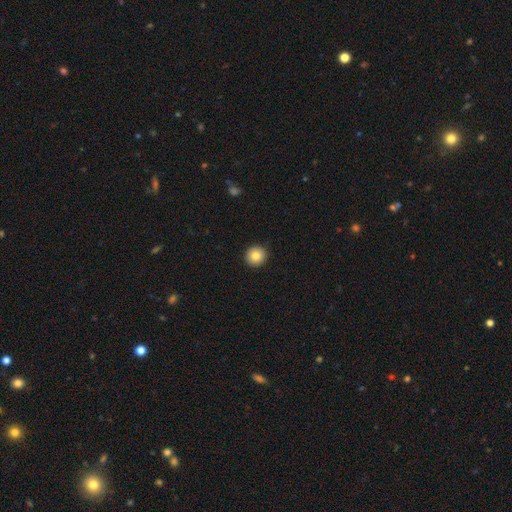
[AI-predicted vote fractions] Smooth or featured? smooth (84%)
How rounded? round (94%)
Merging? none (93%)